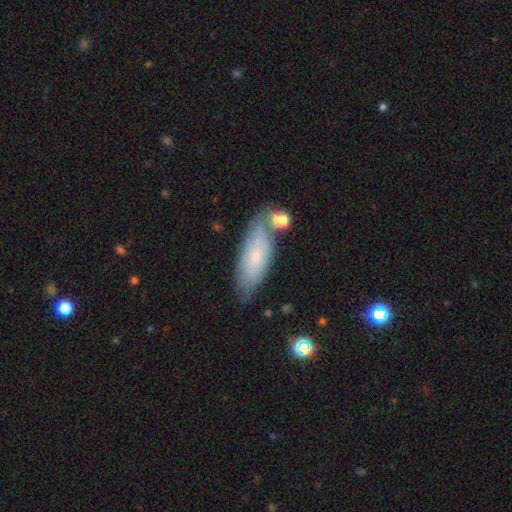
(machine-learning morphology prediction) Smooth or featured: smooth — 63% (featured or disk — 30%)
How rounded: in between — 69% (cigar-shaped — 29%)
Merging: none — 71% (minor disturbance — 19%)